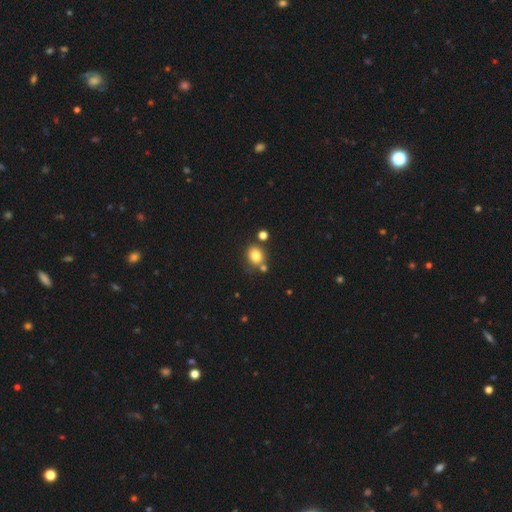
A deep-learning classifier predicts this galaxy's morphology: Smooth or featured?
  - smooth: 81% *
  - star or artifact: 11%
  - featured or disk: 7%
How rounded?
  - round: 63% *
  - in between: 36%
  - cigar-shaped: 1%
Merging?
  - none: 67% *
  - merger: 15%
  - minor disturbance: 13%
  - major disturbance: 4%